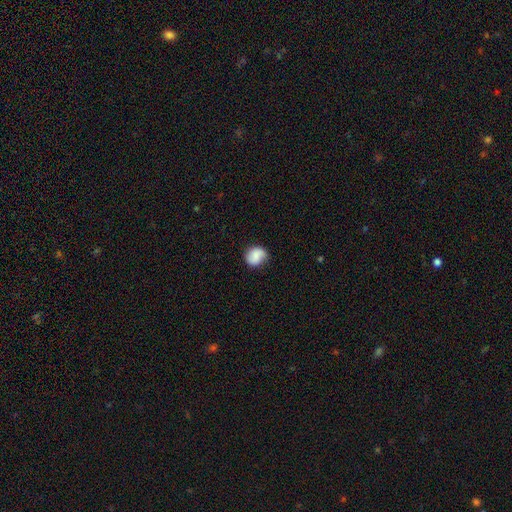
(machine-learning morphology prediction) Smooth or featured? smooth (75%)
How rounded? round (76%)
Merging? none (75%)